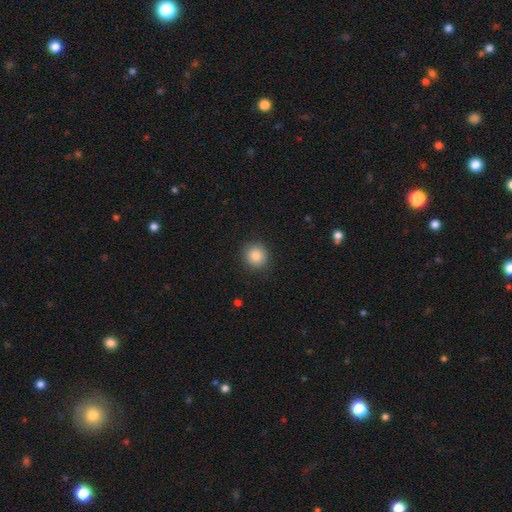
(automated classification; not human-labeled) Morphology: type=smooth (85%); roundness=round (86%); merging=none (89%).